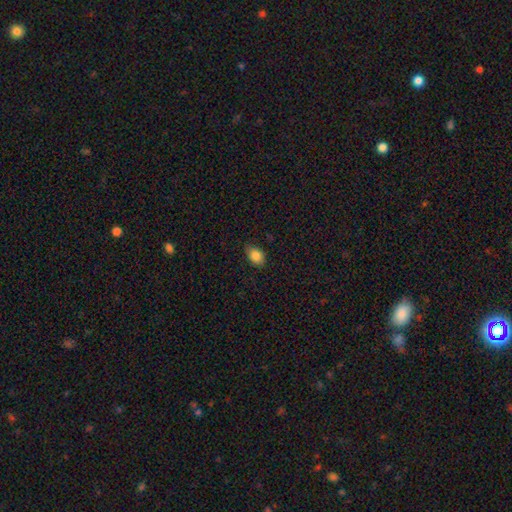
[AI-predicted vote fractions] Q: Smooth or featured?
A: smooth (86%); runner-up: star or artifact (9%)
Q: How rounded?
A: in between (79%); runner-up: round (20%)
Q: Merging?
A: none (80%); runner-up: minor disturbance (16%)